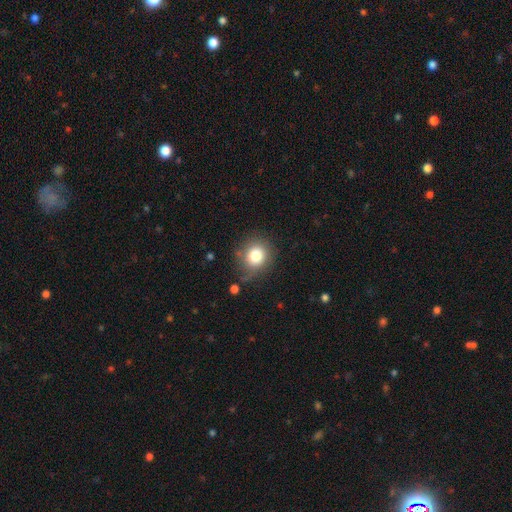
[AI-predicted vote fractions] The model was most divided on "merging": none: 73%, minor disturbance: 18%, major disturbance: 5%, merger: 4%. More confident: how rounded — round (81%); smooth or featured — smooth (80%).